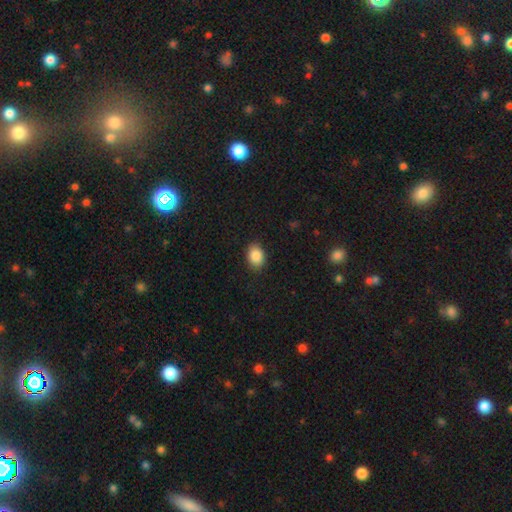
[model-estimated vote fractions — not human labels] Smooth or featured: smooth — 88% (star or artifact — 8%)
How rounded: in between — 70% (round — 29%)
Merging: none — 87% (minor disturbance — 9%)